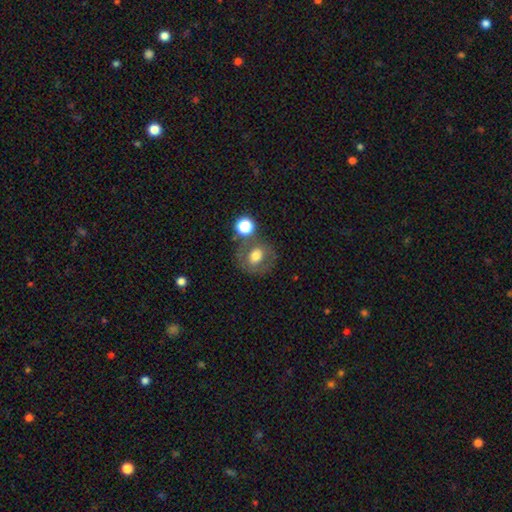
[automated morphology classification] A smooth galaxy with no disk features (61%) that is round (70%). Merging: none (65%).